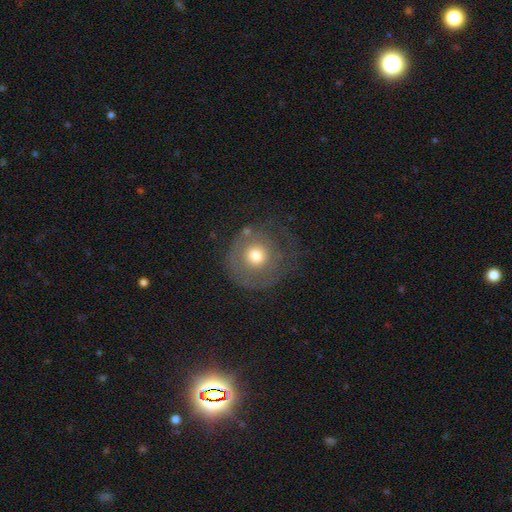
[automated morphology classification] Overall: smooth (57%; featured or disk 34%). How rounded: round (90%). Merging: none (56%; major disturbance 21%).